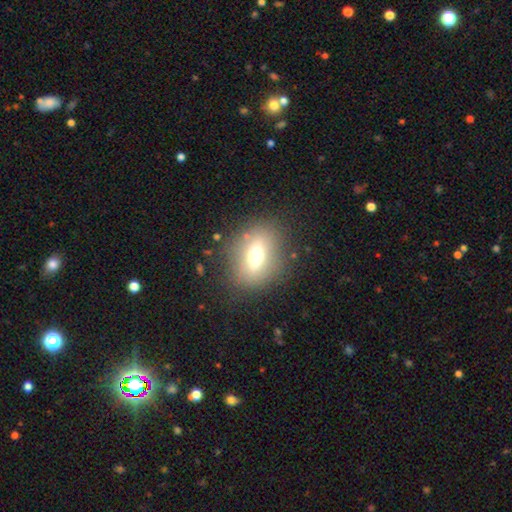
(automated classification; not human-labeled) A smooth galaxy with no disk features (51%) that is in between round and cigar-shaped (62%).

Vote fractions:
- Smooth or featured? smooth: 51% / featured or disk: 37% / star or artifact: 12%
- How rounded? in between: 62% / round: 23% / cigar-shaped: 15%
- Merging? none: 82% / minor disturbance: 11% / major disturbance: 6% / merger: 2%